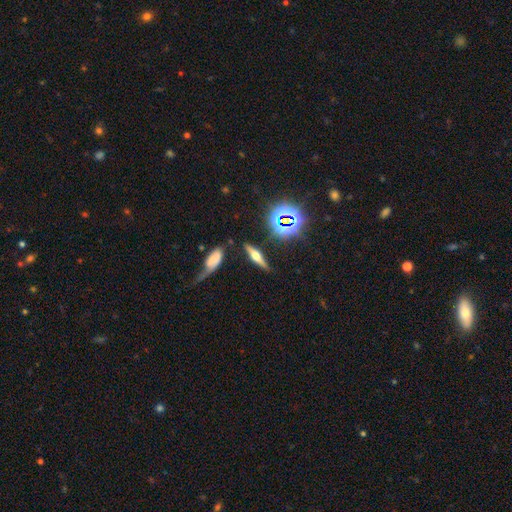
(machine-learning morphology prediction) Q: Smooth or featured?
A: featured or disk (56%); runner-up: smooth (28%)
Q: Edge-on disk?
A: yes (91%); runner-up: no (9%)
Q: Edge-on bulge?
A: rounded (91%); runner-up: boxy (6%)
Q: Merging?
A: none (78%); runner-up: minor disturbance (12%)